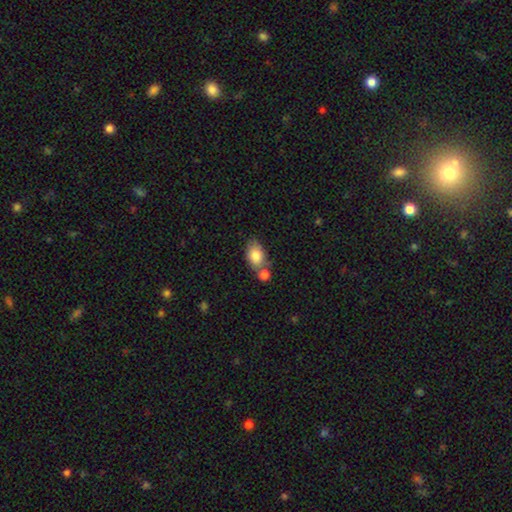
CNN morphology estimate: Smooth or featured? Predicted: smooth (p=0.82). How rounded? Predicted: in between (p=0.84). Merging? Predicted: none (p=0.48).